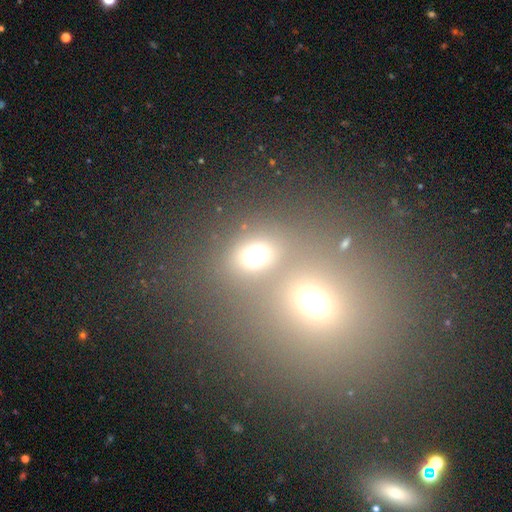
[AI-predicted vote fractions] smooth 63%, star or artifact 26%, featured or disk 11%. Down the decision tree: how rounded — round (62%); merging — none (54%).